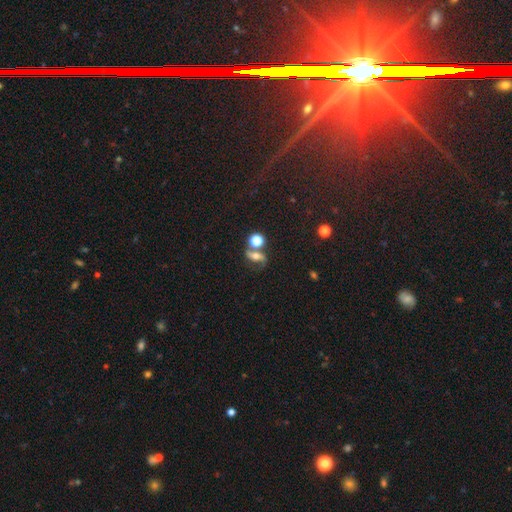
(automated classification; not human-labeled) smooth-or-featured: featured or disk: 54% | smooth: 30% | star or artifact: 16%
  disk-edge-on: no: 88% | yes: 12%
  merging: none: 55% | merger: 22% | minor disturbance: 13% | major disturbance: 9%